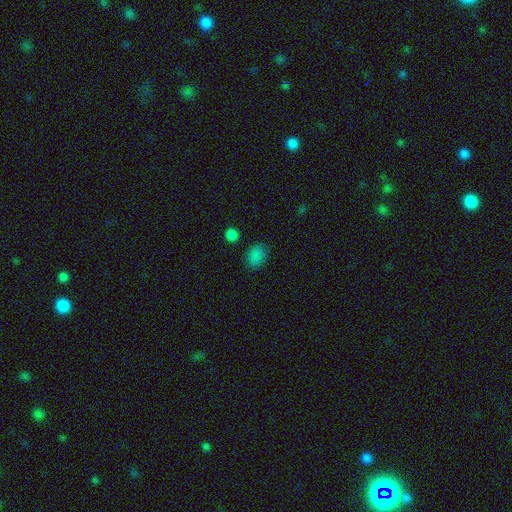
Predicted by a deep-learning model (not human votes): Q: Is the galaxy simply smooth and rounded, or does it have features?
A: smooth — 82%.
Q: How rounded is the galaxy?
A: in between — 65%.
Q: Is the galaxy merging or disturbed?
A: none — 81%.